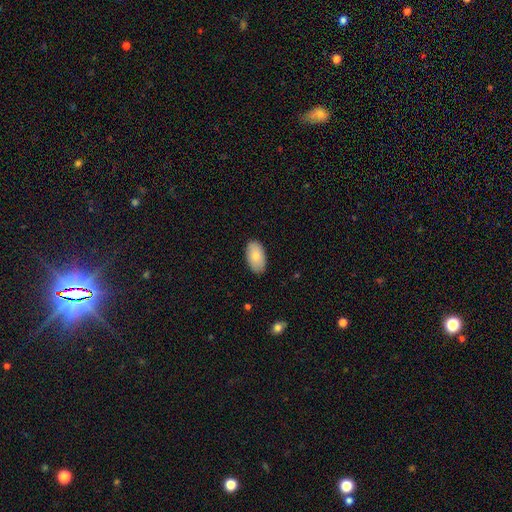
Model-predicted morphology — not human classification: A smooth galaxy with no disk features (79%) that is in between round and cigar-shaped (95%). Merging: none (86%).